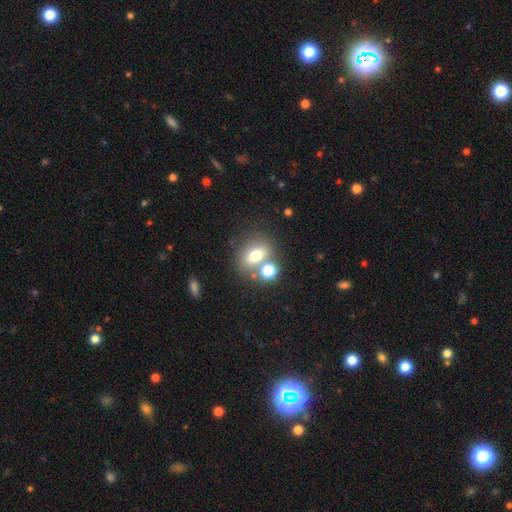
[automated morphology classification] Overall: smooth (69%). How rounded: in between (56%; round 42%). Merging: none (53%; merger 32%).